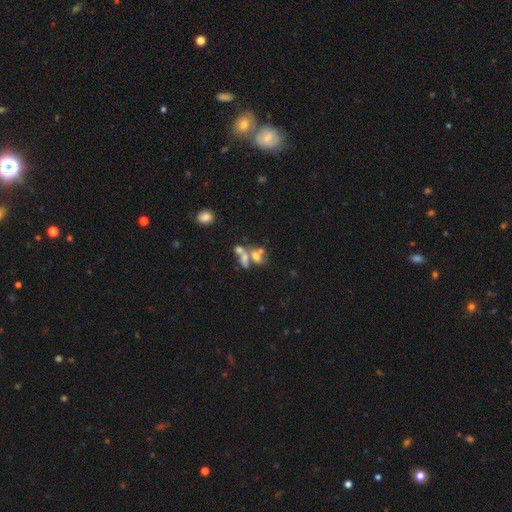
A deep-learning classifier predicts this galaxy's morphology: smooth-or-featured: smooth: 44% | featured or disk: 36% | star or artifact: 20%
  merging: merger: 56% | none: 24% | major disturbance: 11% | minor disturbance: 9%